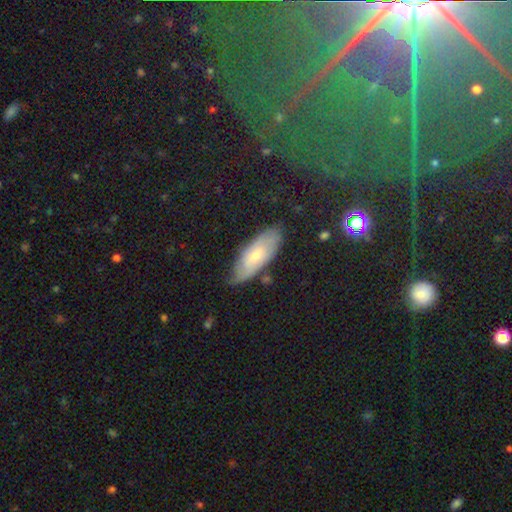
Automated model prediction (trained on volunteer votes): Smooth or featured? Predicted: smooth (p=0.48). Merging? Predicted: none (p=0.70).